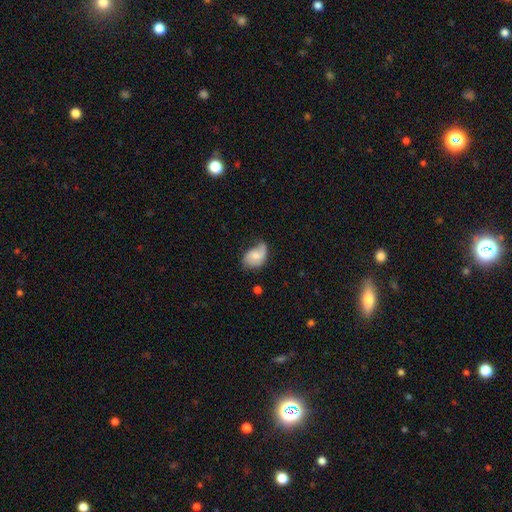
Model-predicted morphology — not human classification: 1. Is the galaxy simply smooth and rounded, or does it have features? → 49% smooth, 43% featured or disk, 7% star or artifact.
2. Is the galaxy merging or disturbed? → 40% minor disturbance, 39% none, 18% major disturbance, 3% merger.